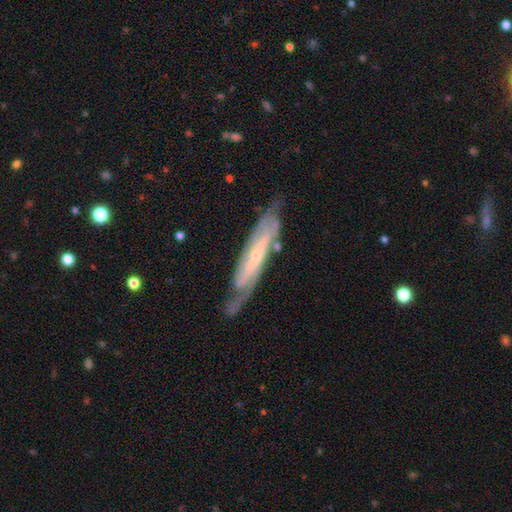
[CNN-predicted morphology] featured or disk 82%, smooth 13%, star or artifact 5%. Down the decision tree: edge-on disk — no (67%); bar — no (44%); spiral arms — yes (93%); spiral arm count — 2 (51%); spiral winding — tight (57%); bulge size — small (77%); merging — none (70%).